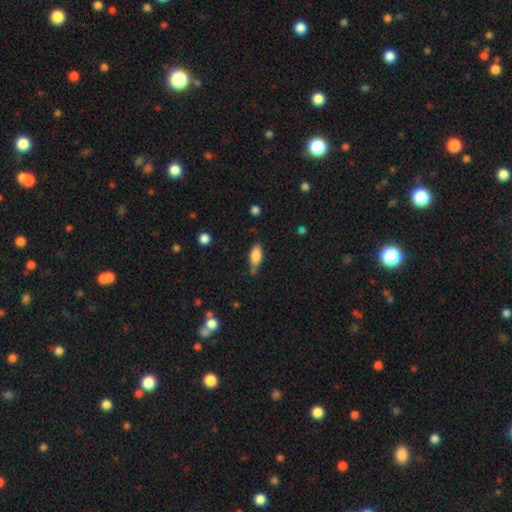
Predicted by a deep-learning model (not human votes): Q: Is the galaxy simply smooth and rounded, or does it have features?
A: smooth — 83%.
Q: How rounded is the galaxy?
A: in between — 84%.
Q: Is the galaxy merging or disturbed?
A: none — 62%.